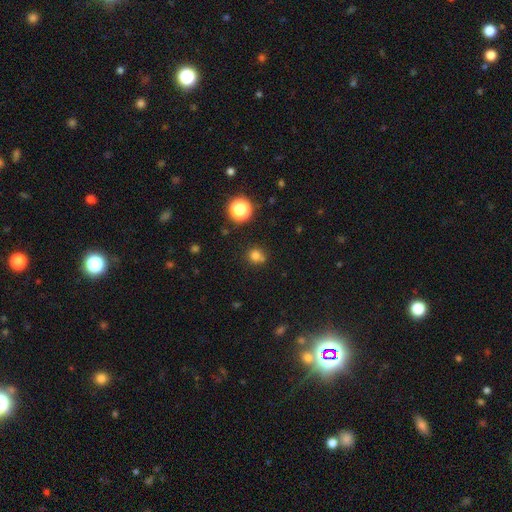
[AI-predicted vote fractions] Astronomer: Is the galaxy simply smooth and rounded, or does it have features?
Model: smooth — 75%.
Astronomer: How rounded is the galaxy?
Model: round — 86%.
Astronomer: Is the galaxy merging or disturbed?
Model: none — 64%.